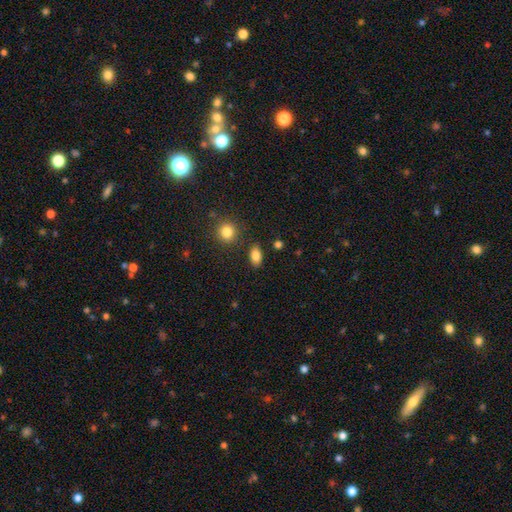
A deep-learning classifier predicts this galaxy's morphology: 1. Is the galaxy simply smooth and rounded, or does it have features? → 84% smooth, 9% star or artifact, 7% featured or disk.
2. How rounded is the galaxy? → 88% in between, 9% round, 3% cigar-shaped.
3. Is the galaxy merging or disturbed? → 85% none, 9% minor disturbance, 3% merger, 3% major disturbance.